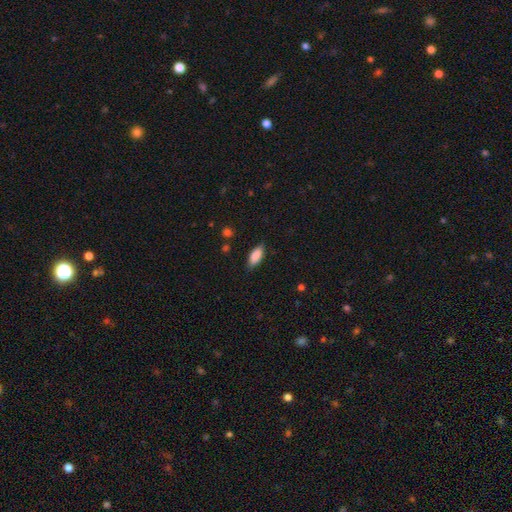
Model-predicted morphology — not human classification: This appears to be a smooth galaxy with no disk features (87%) that is in between round and cigar-shaped (84%). Merging: none (84%).